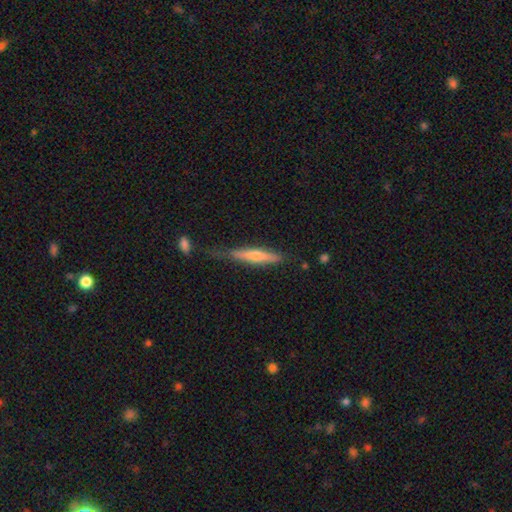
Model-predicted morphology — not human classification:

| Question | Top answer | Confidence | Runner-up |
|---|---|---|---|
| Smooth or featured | featured or disk | 53% | smooth (40%) |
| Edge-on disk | yes | 94% | no (6%) |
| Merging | none | 66% | minor disturbance (23%) |